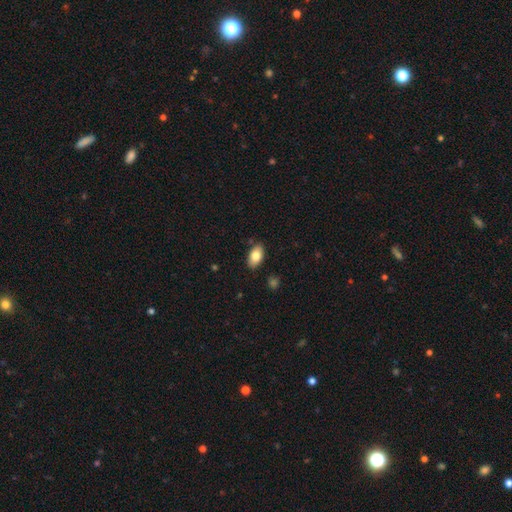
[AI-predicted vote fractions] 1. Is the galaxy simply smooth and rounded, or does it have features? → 80% smooth, 13% featured or disk, 7% star or artifact.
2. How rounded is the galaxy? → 92% in between, 5% round, 3% cigar-shaped.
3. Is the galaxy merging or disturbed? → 86% none, 11% minor disturbance, 2% major disturbance, 2% merger.